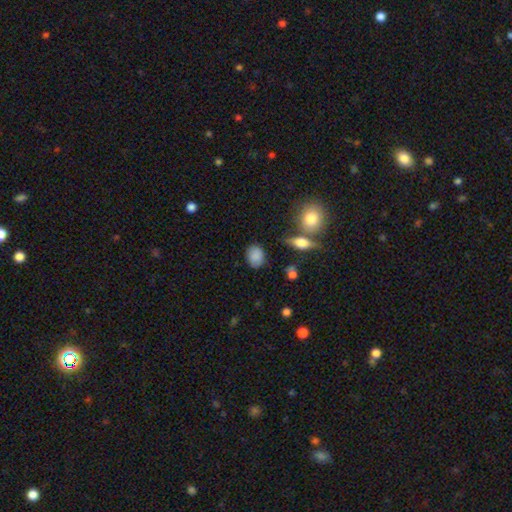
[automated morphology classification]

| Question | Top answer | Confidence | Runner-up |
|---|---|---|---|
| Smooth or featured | smooth | 85% | star or artifact (9%) |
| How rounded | in between | 59% | round (39%) |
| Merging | none | 79% | minor disturbance (14%) |